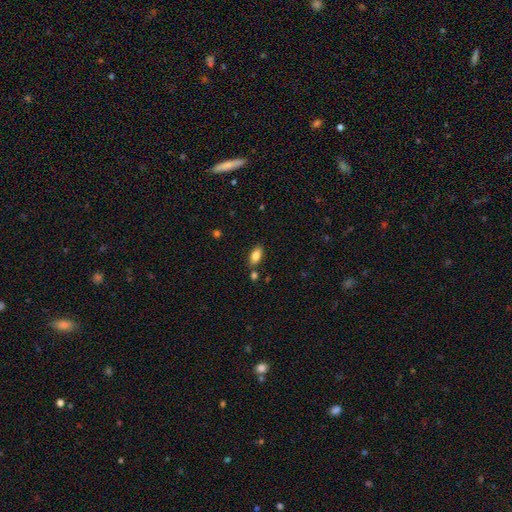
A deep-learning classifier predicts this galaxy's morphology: Smooth or featured? Predicted: smooth (p=0.84). How rounded? Predicted: in between (p=0.91). Merging? Predicted: none (p=0.79).